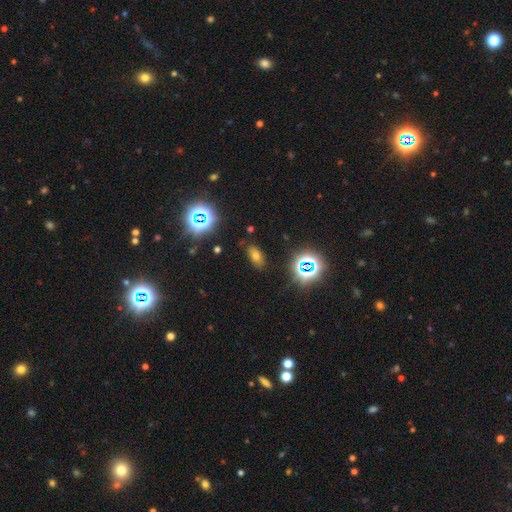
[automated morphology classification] smooth_or_featured: smooth (p=0.59) [alt: star or artifact p=0.29]
how_rounded: in between (p=0.85) [alt: round p=0.10]
merging: none (p=0.83) [alt: minor disturbance p=0.11]